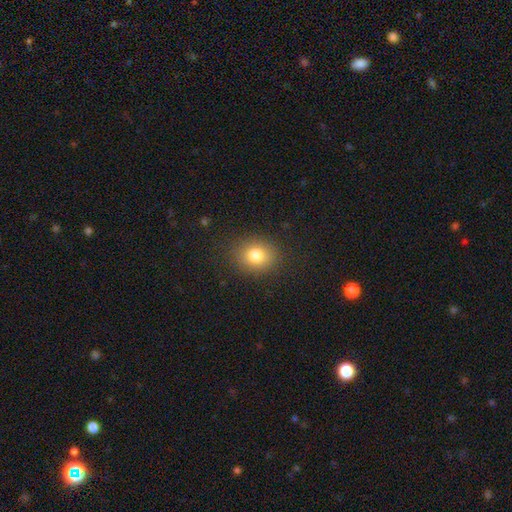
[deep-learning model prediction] The model was most divided on "how rounded": round: 61%, in between: 38%, cigar-shaped: 1%. More confident: merging — none (86%); smooth or featured — smooth (80%).